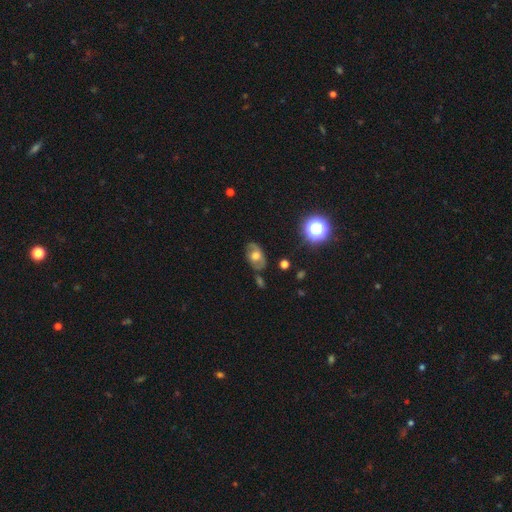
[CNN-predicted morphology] Smooth or featured? Predicted: featured or disk (p=0.46). Merging? Predicted: none (p=0.67).